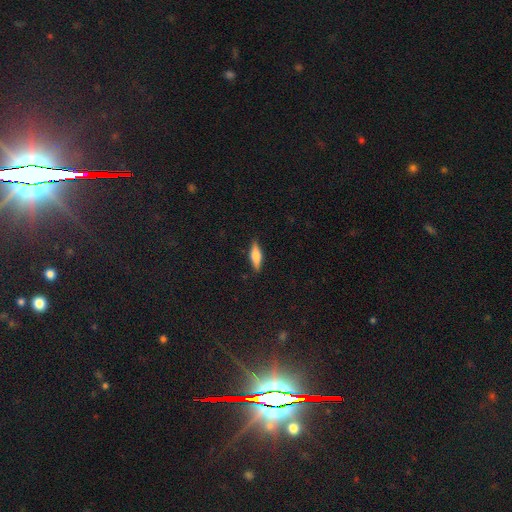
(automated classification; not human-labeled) smooth 61%, featured or disk 32%, star or artifact 7%. Down the decision tree: how rounded — cigar-shaped (52%); merging — none (87%).